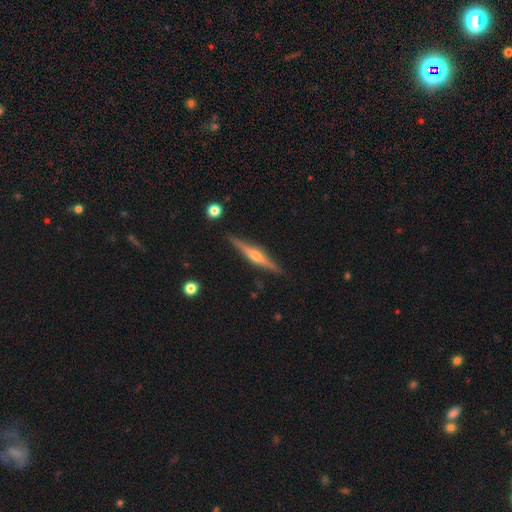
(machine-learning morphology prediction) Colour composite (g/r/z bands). It shows a featured or disk galaxy (77%) viewed edge-on (98%) with a rounded central bulge (88%). Merging: none (90%).